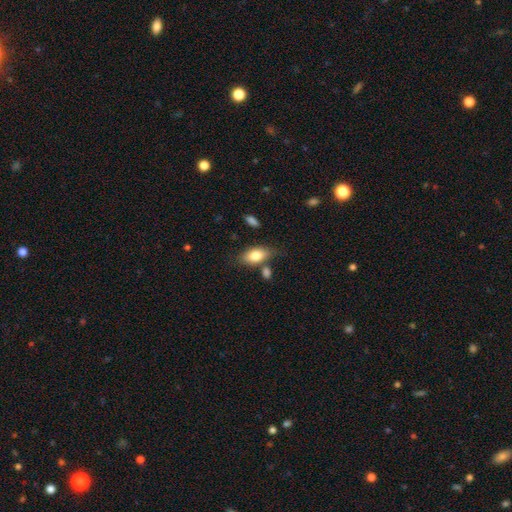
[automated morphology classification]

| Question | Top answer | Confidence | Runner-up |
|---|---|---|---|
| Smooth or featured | smooth | 79% | featured or disk (14%) |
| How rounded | in between | 89% | round (6%) |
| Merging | none | 66% | minor disturbance (17%) |